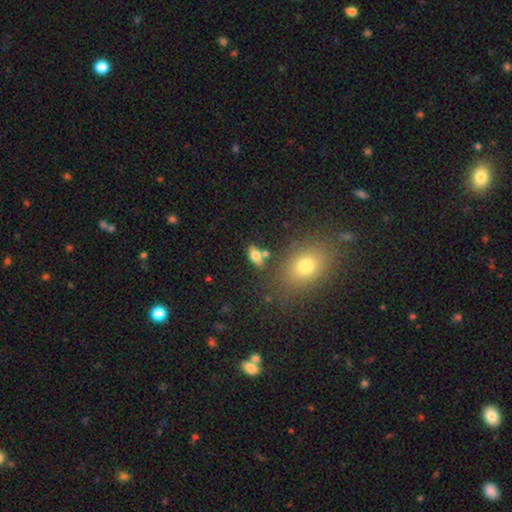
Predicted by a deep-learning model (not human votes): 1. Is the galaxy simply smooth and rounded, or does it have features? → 72% smooth, 18% featured or disk, 10% star or artifact.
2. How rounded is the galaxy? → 83% in between, 9% cigar-shaped, 8% round.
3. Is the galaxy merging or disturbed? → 71% none, 12% minor disturbance, 12% merger, 5% major disturbance.